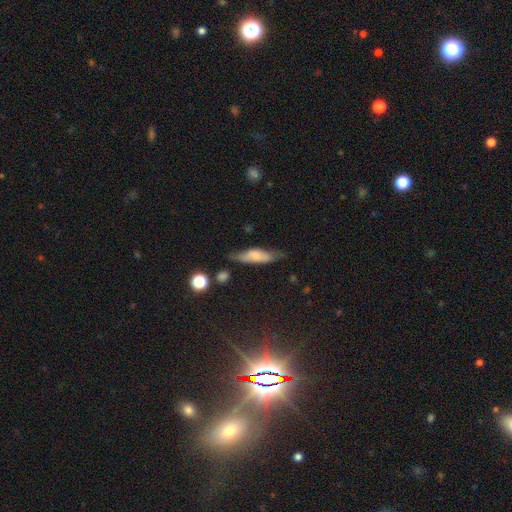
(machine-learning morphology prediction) Smooth or featured: smooth — 58% (featured or disk — 34%)
How rounded: cigar-shaped — 55% (in between — 42%)
Merging: none — 59% (minor disturbance — 28%)